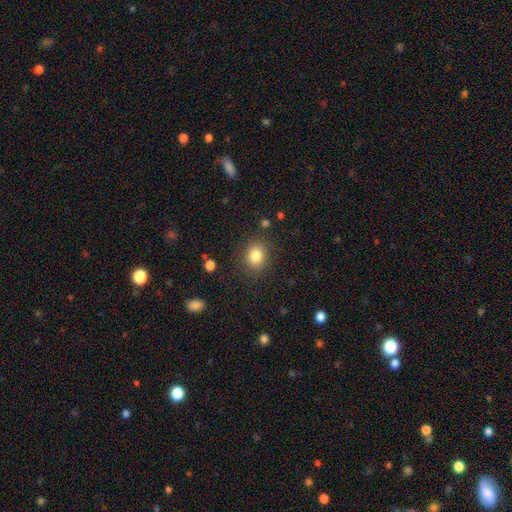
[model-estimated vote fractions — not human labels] Smooth or featured: smooth — 82% (star or artifact — 11%)
How rounded: round — 71% (in between — 28%)
Merging: none — 86% (minor disturbance — 9%)